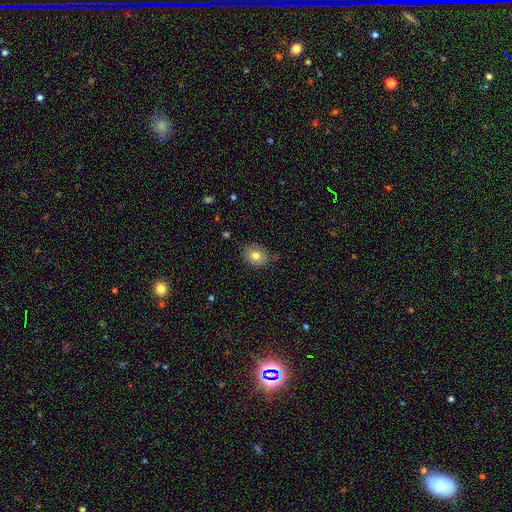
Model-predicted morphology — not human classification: The model was most divided on "how rounded": in between: 65%, round: 34%, cigar-shaped: 1%. More confident: merging — none (81%); smooth or featured — smooth (77%).